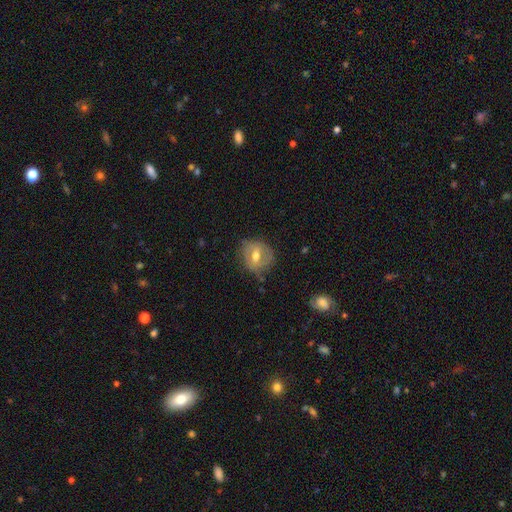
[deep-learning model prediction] Smooth or featured: featured or disk — 49% (smooth — 43%)
Merging: none — 66% (minor disturbance — 24%)